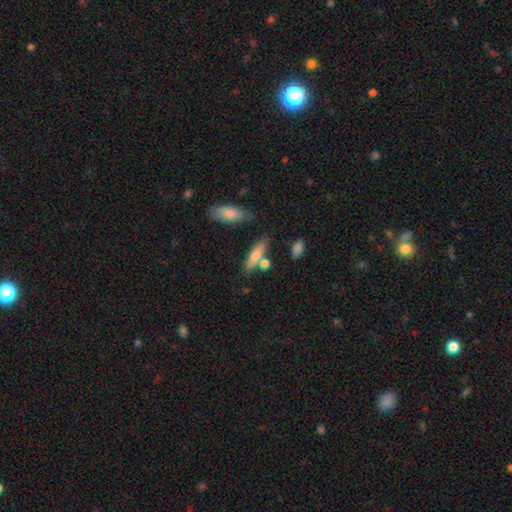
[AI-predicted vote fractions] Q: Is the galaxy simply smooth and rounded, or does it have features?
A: smooth — 67%.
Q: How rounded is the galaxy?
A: cigar-shaped — 57%.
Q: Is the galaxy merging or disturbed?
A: none — 65%.